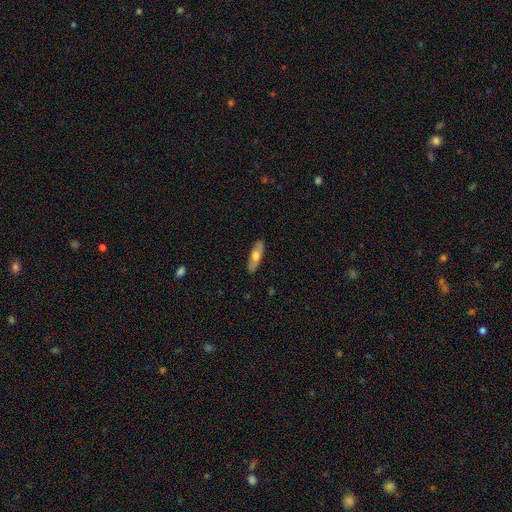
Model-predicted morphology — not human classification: Overall: smooth (57%; featured or disk 37%). How rounded: cigar-shaped (53%; in between 45%). Merging: none (88%).